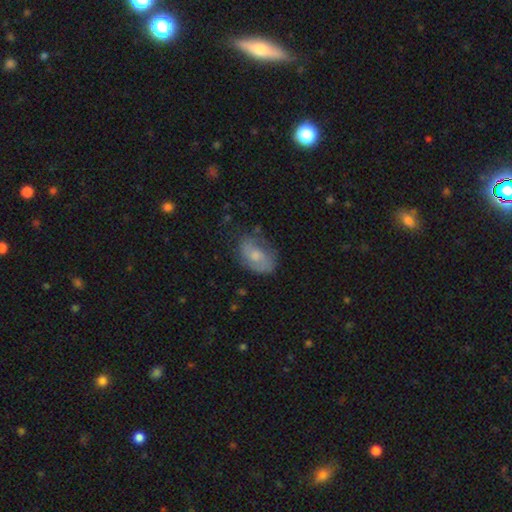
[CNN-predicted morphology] Overall: smooth (54%; featured or disk 39%). How rounded: in between (85%). Merging: none (59%; minor disturbance 28%).